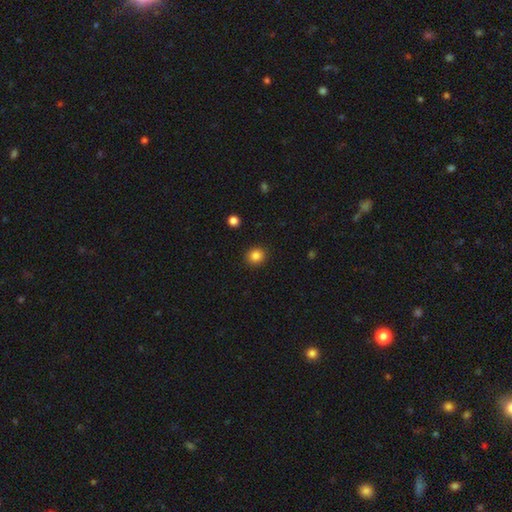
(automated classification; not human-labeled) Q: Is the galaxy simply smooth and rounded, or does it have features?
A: smooth — 85%.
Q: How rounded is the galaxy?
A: round — 84%.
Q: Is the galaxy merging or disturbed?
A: none — 91%.